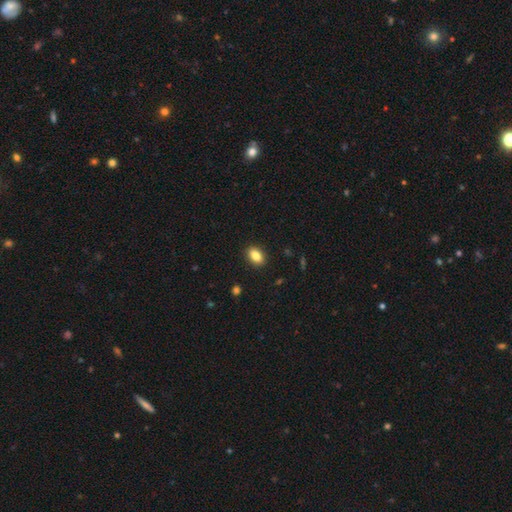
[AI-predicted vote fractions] A smooth galaxy with no disk features (85%) that is in between round and cigar-shaped (84%).

Vote fractions:
- Smooth or featured? smooth: 85% / star or artifact: 8% / featured or disk: 6%
- How rounded? in between: 84% / round: 14% / cigar-shaped: 2%
- Merging? none: 90% / minor disturbance: 7% / major disturbance: 2% / merger: 1%